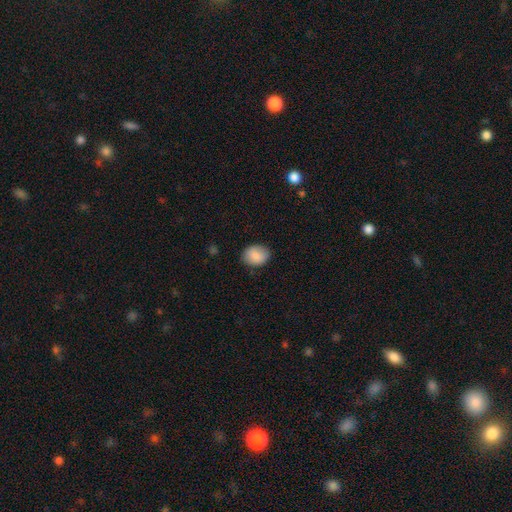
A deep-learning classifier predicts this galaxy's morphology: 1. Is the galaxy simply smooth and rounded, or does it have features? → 87% smooth, 7% star or artifact, 6% featured or disk.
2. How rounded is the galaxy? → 59% in between, 40% round, 1% cigar-shaped.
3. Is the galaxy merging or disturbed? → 82% none, 14% minor disturbance, 3% major disturbance, 1% merger.